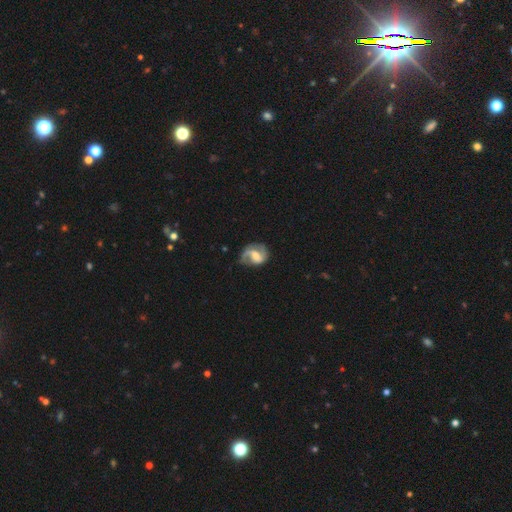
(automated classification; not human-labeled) featured or disk 77%, smooth 18%, star or artifact 6%. Down the decision tree: edge-on disk — no (98%); bar — weak (51%); spiral arms — yes (93%); spiral arm count — 2 (63%); spiral winding — medium (46%); bulge size — moderate (50%); merging — none (57%).